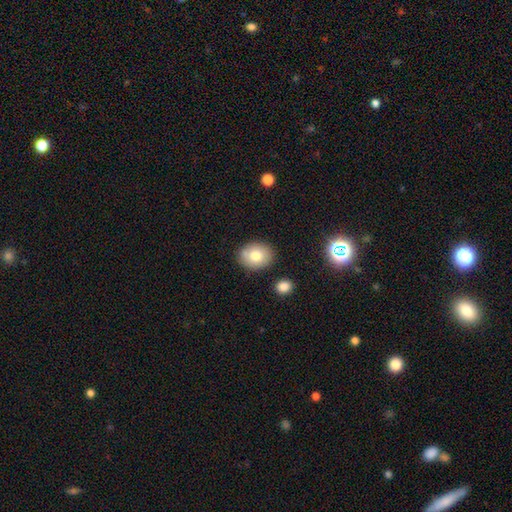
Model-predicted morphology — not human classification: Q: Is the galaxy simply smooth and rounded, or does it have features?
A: smooth — 76%.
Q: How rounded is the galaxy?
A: in between — 50%.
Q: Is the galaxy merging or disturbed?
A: none — 78%.